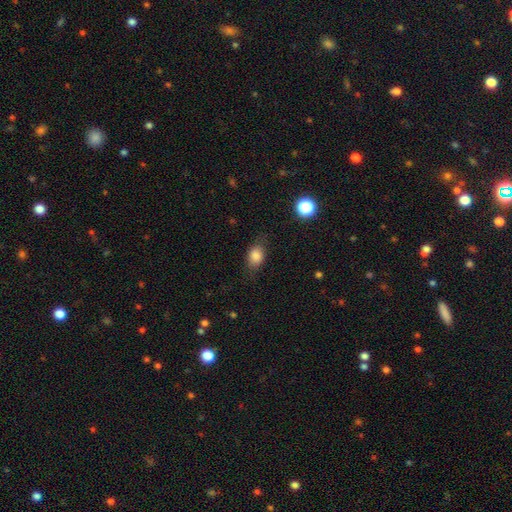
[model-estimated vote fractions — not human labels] Q: Smooth or featured?
A: smooth (82%); runner-up: star or artifact (10%)
Q: How rounded?
A: in between (69%); runner-up: round (29%)
Q: Merging?
A: none (73%); runner-up: minor disturbance (19%)